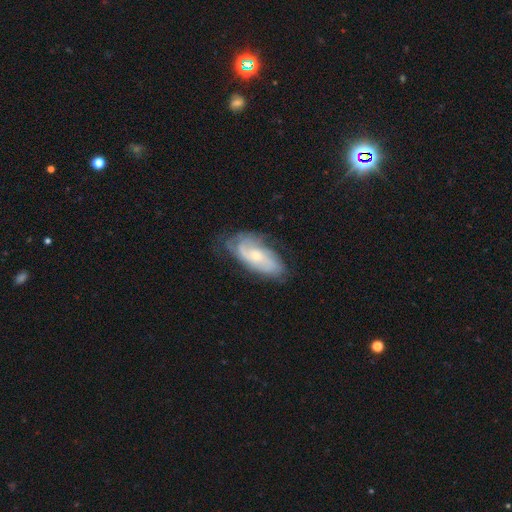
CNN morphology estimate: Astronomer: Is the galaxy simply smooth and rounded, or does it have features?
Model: featured or disk — 66%.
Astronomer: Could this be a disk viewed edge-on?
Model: no — 91%.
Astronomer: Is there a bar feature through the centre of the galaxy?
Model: no — 68%.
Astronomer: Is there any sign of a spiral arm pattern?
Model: yes — 85%.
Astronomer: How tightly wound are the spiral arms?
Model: tight — 47% (runner-up: medium, 36%).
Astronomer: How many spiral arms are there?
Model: can't tell — 44% (runner-up: 2, 34%).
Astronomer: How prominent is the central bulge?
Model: small — 58% (runner-up: moderate, 38%).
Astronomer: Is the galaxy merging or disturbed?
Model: none — 62%.